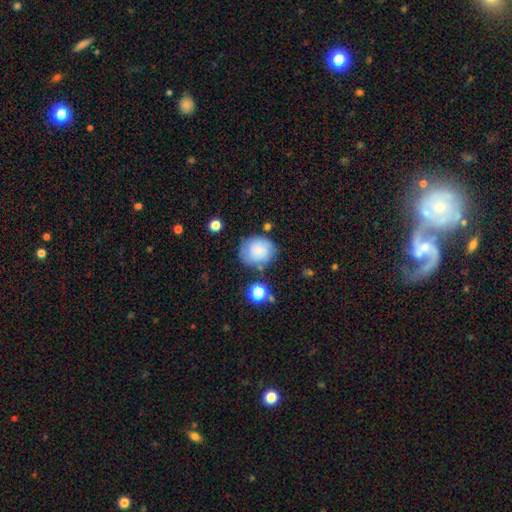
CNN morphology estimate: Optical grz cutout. It shows a smooth galaxy with no disk features (67%) that is round (75%). Merging: none (67%).